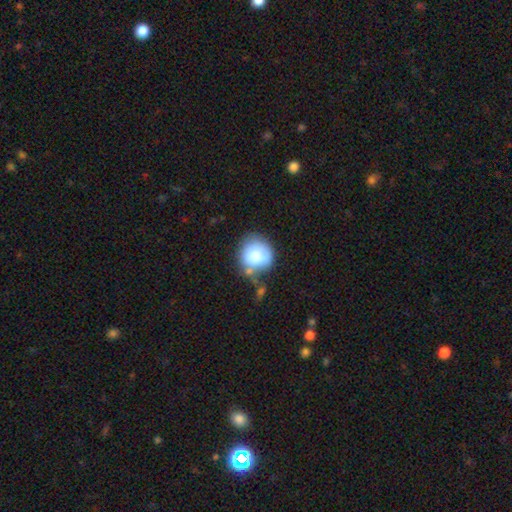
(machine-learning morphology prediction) Smooth or featured?
  - smooth: 80% *
  - featured or disk: 12%
  - star or artifact: 7%
How rounded?
  - round: 83% *
  - in between: 16%
  - cigar-shaped: 1%
Merging?
  - none: 52% *
  - minor disturbance: 24%
  - merger: 14%
  - major disturbance: 10%